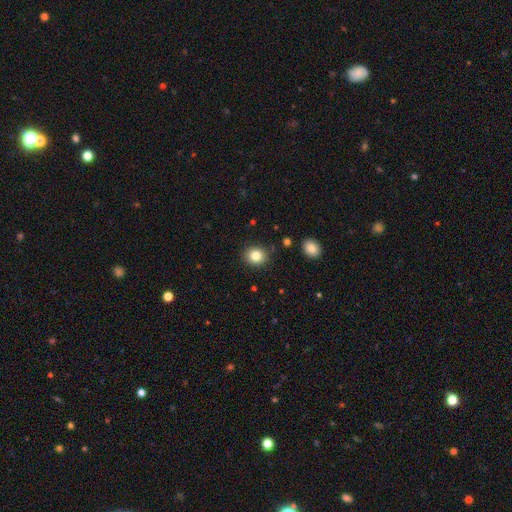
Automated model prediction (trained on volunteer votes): smooth 83%, star or artifact 10%, featured or disk 7%. Down the decision tree: how rounded — round (80%); merging — none (89%).